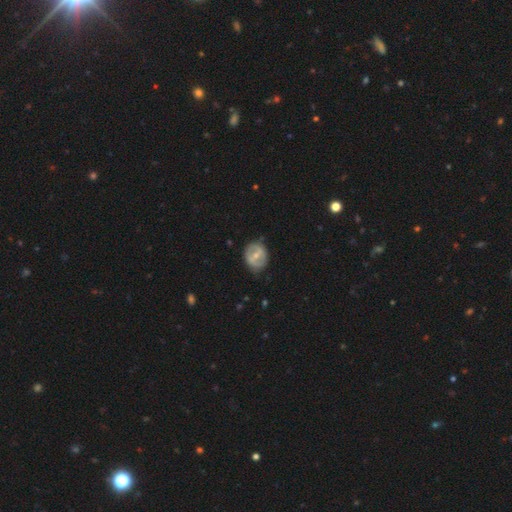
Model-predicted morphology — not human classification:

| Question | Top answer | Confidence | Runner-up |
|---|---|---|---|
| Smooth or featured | featured or disk | 59% | smooth (35%) |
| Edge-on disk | no | 96% | yes (4%) |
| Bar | weak | 44% | strong (32%) |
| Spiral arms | no | 52% | yes (48%) |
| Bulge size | small | 48% | tied: moderate (48%) |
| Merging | none | 73% | minor disturbance (20%) |